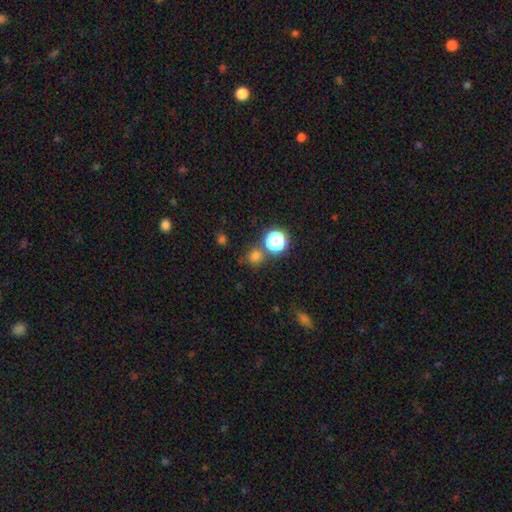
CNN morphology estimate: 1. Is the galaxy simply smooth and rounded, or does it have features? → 72% smooth, 23% star or artifact, 5% featured or disk.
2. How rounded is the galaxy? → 90% round, 9% in between, 1% cigar-shaped.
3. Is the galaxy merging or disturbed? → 75% none, 12% merger, 10% minor disturbance, 4% major disturbance.